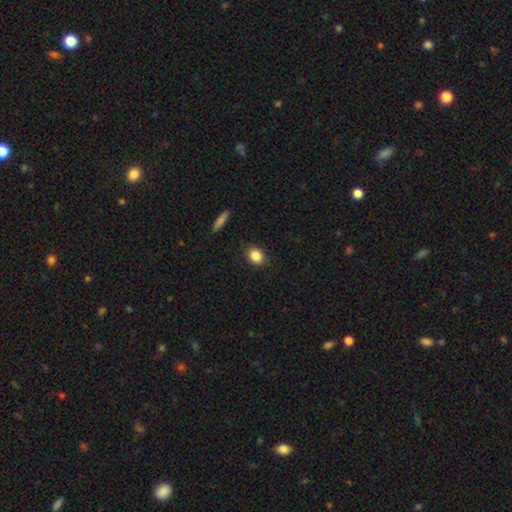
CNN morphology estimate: Smooth or featured? smooth (85%)
How rounded? round (54%)
Merging? none (89%)